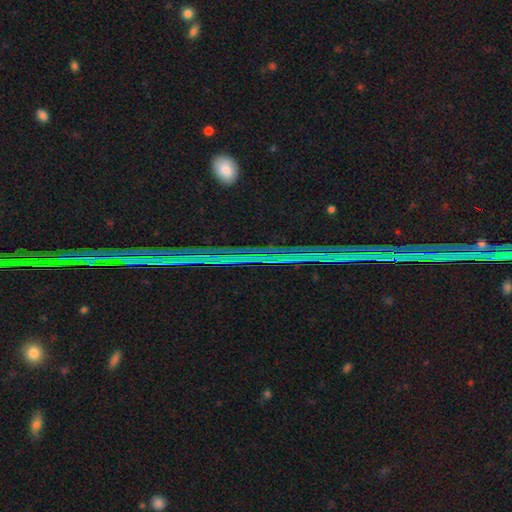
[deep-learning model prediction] This is likely a star or artifact rather than a galaxy (71%).